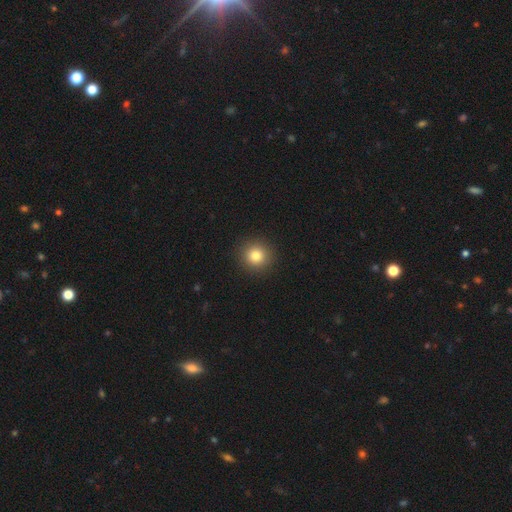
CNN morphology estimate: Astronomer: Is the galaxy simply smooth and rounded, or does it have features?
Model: smooth — 82%.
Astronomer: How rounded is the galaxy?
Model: round — 93%.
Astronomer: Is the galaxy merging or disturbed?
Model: none — 92%.